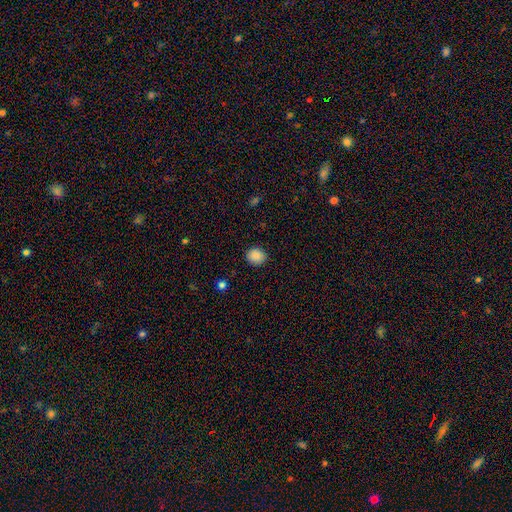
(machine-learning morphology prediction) smooth_or_featured: smooth (p=0.88) [alt: star or artifact p=0.09]
how_rounded: round (p=0.78) [alt: in between p=0.22]
merging: none (p=0.89) [alt: minor disturbance p=0.08]